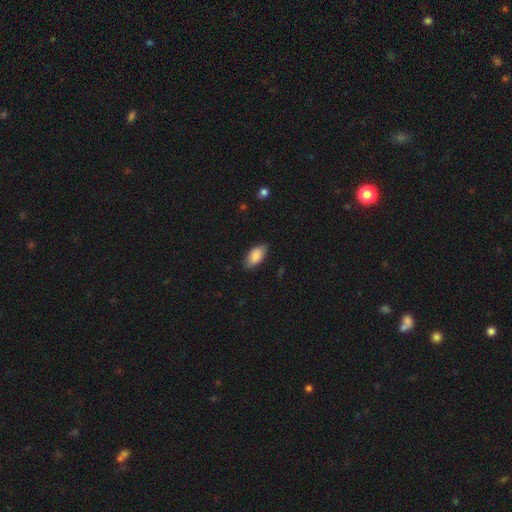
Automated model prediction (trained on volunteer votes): Overall: smooth (87%). How rounded: in between (93%). Merging: none (81%).